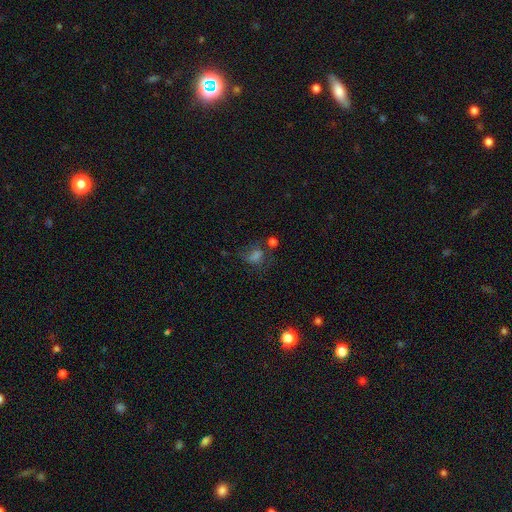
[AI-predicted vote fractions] Q: Smooth or featured?
A: smooth (45%); runner-up: star or artifact (30%)
Q: Merging?
A: none (43%); runner-up: major disturbance (23%)